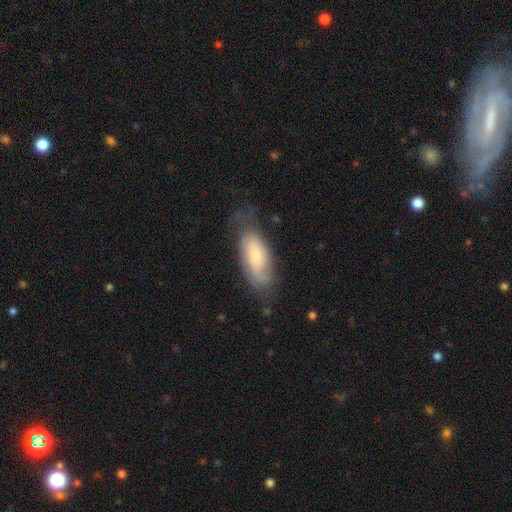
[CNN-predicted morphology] The model was most divided on "smooth or featured": smooth: 50%, featured or disk: 44%, star or artifact: 7%. More confident: merging — none (54%).